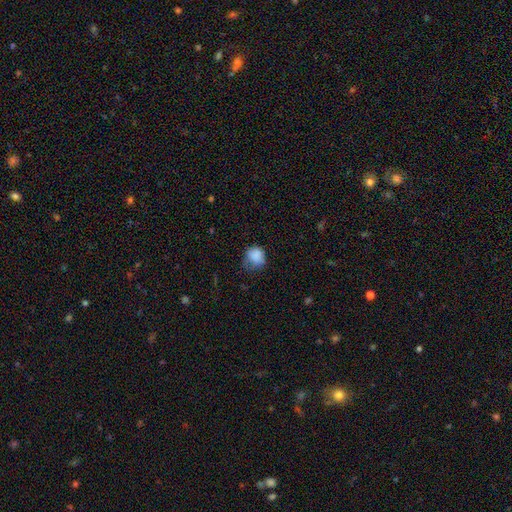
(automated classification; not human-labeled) A smooth galaxy with no disk features (82%) that is round (72%). Merging: none (45%).